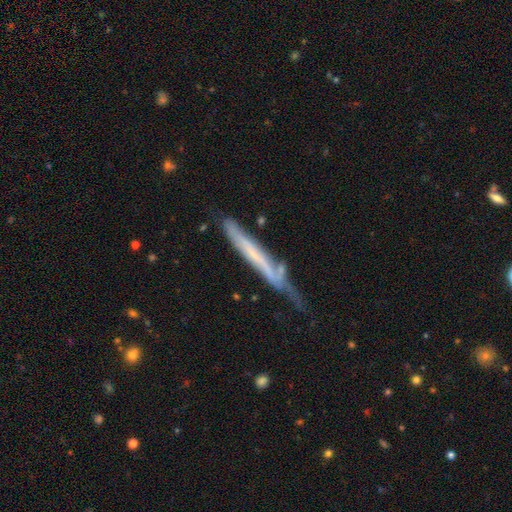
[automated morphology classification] type=featured or disk (53%); edge-on=yes (83%); merging=none (49%).